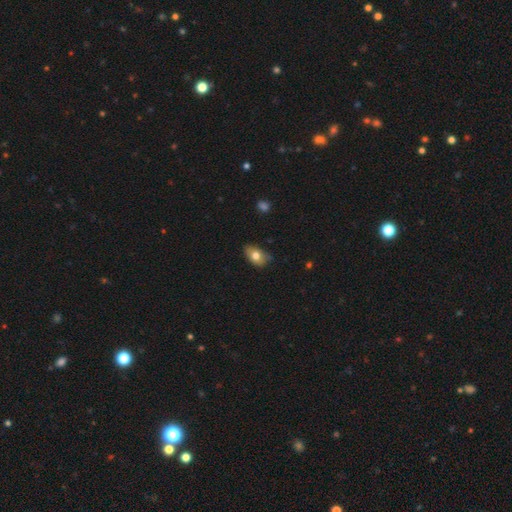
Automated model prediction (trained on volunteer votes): Q: Smooth or featured?
A: smooth (74%); runner-up: featured or disk (18%)
Q: How rounded?
A: in between (86%); runner-up: round (13%)
Q: Merging?
A: none (69%); runner-up: minor disturbance (26%)